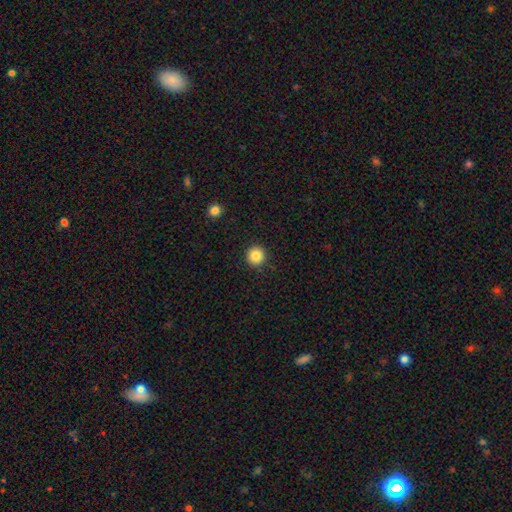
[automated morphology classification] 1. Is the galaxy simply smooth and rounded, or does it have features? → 86% smooth, 10% star or artifact, 4% featured or disk.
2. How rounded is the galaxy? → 94% round, 5% in between, 1% cigar-shaped.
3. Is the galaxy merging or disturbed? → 92% none, 5% minor disturbance, 2% major disturbance, 1% merger.